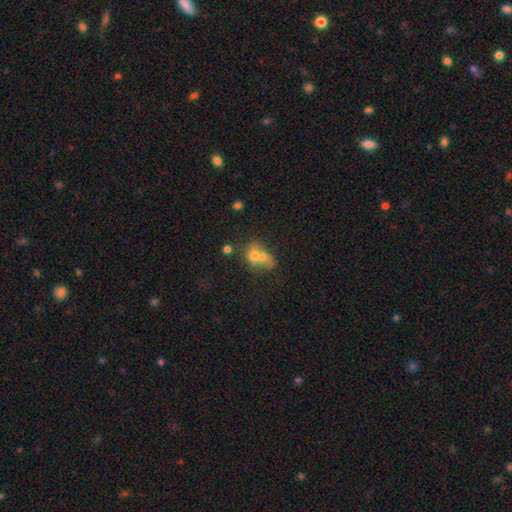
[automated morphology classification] Overall: smooth (62%; featured or disk 25%). How rounded: round (55%; in between 43%). Merging: merger (68%).